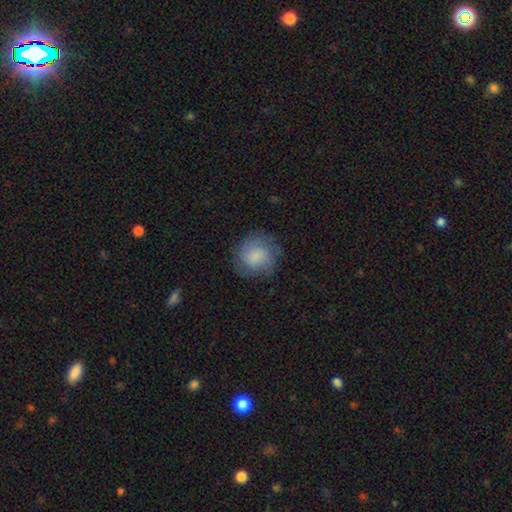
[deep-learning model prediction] Overall: smooth (68%). How rounded: round (88%). Merging: none (74%).